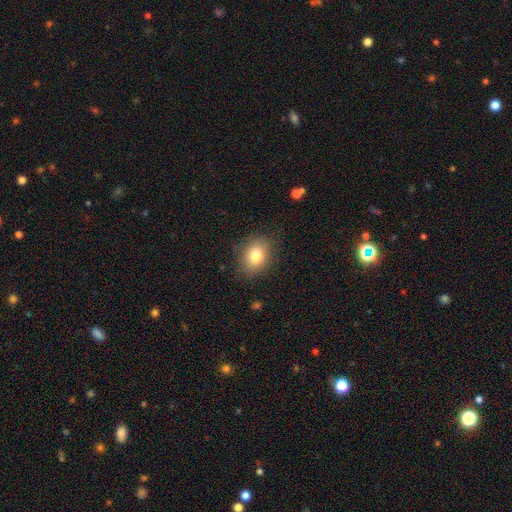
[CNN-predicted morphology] The model was most divided on "how rounded": in between: 66%, round: 33%, cigar-shaped: 1%. More confident: merging — none (83%); smooth or featured — smooth (81%).